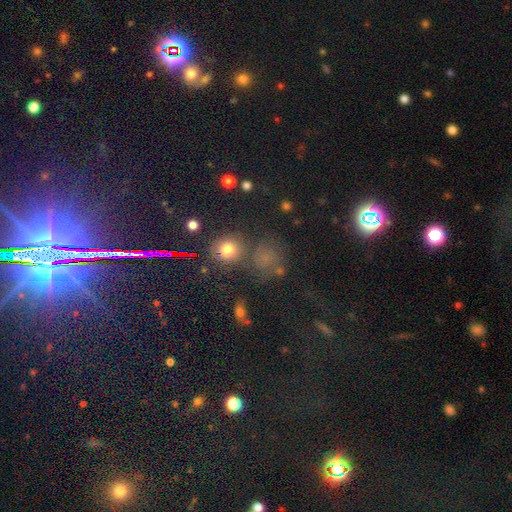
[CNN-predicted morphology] A star or artifact, not a galaxy (53%).